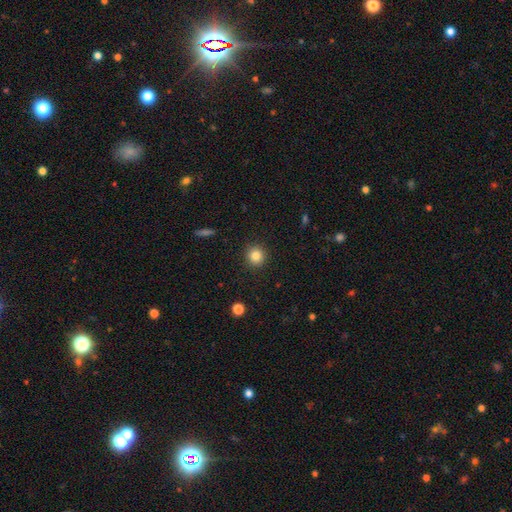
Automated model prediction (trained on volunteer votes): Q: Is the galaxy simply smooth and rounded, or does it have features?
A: smooth — 83%.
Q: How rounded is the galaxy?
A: round — 94%.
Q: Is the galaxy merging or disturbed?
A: none — 92%.